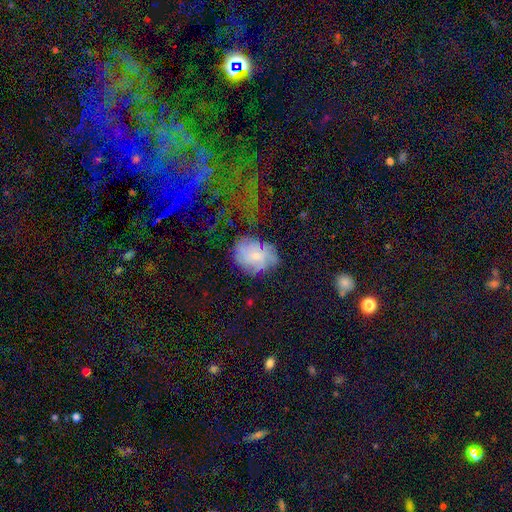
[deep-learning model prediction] This is marginally a featured or disk galaxy (45%). Merging: possibly none (56%).